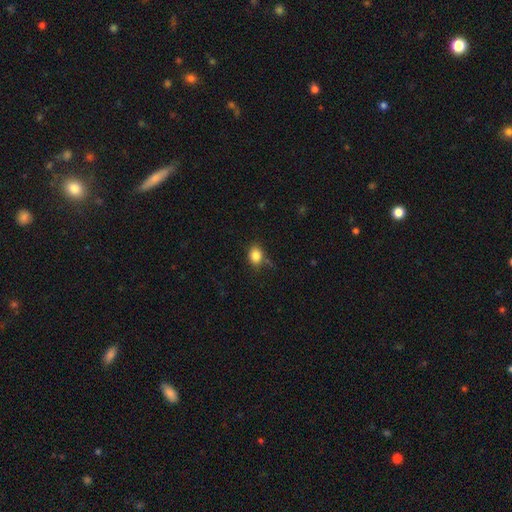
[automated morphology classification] This appears to be a smooth galaxy with no disk features (85%) that is in between round and cigar-shaped (53%). Merging: none (71%).